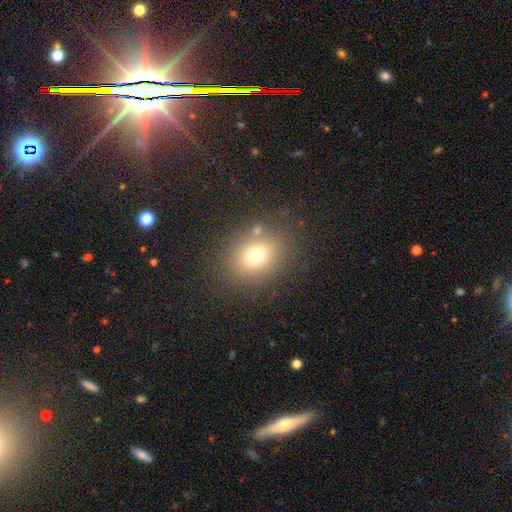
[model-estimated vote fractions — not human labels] Morphology: type=smooth (73%); roundness=in between (50%); merging=none (80%).